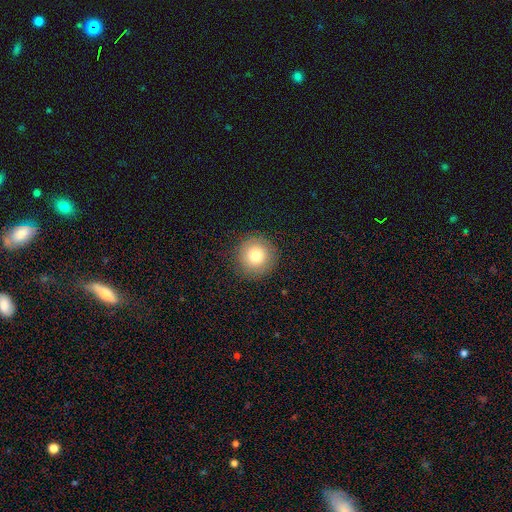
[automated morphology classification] type=smooth (77%); roundness=round (96%); merging=none (90%).